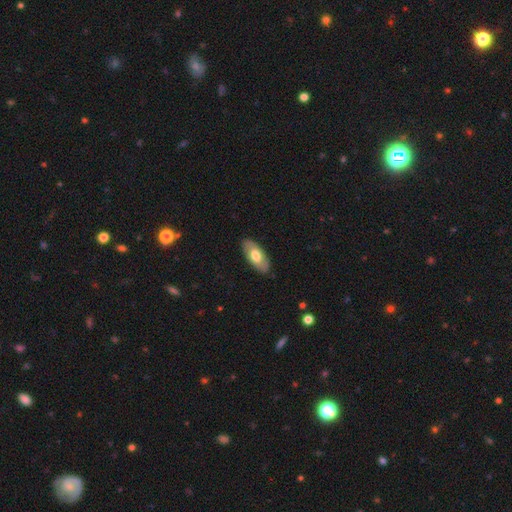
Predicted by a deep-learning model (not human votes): The model was most divided on "smooth or featured": smooth: 59%, featured or disk: 36%, star or artifact: 5%. More confident: how rounded — in between (90%); merging — none (87%).